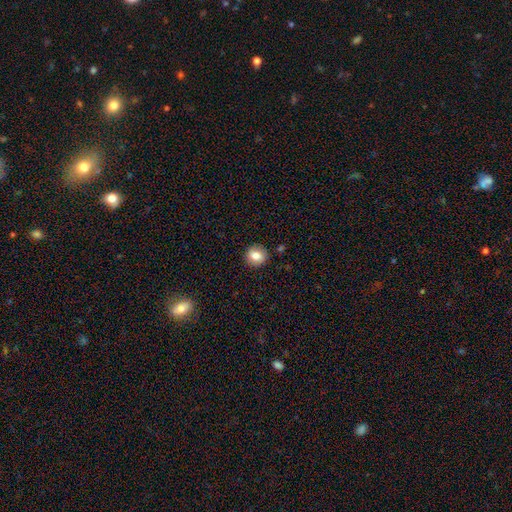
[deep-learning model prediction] Q: Smooth or featured?
A: smooth (80%); runner-up: featured or disk (10%)
Q: How rounded?
A: round (86%); runner-up: in between (13%)
Q: Merging?
A: none (89%); runner-up: minor disturbance (7%)